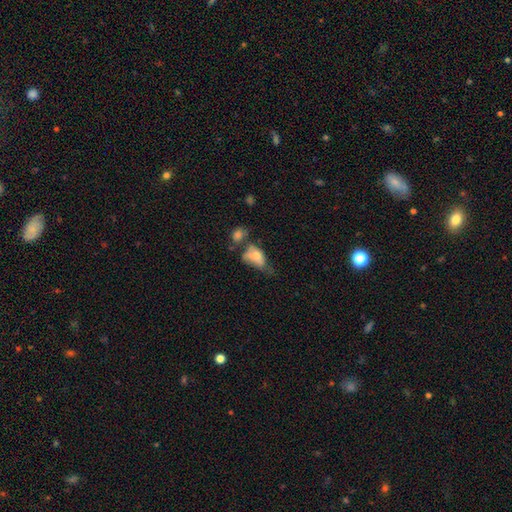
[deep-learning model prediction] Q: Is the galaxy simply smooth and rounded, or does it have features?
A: smooth — 62%.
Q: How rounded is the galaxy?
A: in between — 84%.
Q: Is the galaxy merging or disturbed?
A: major disturbance — 29%.